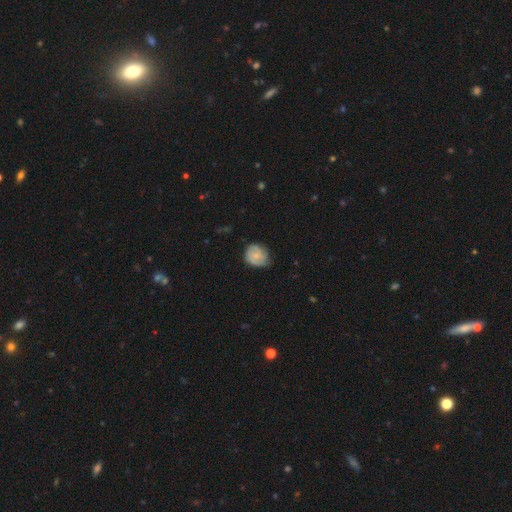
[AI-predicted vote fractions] This is possibly a featured or disk galaxy (49%). Merging: possibly none (60%).